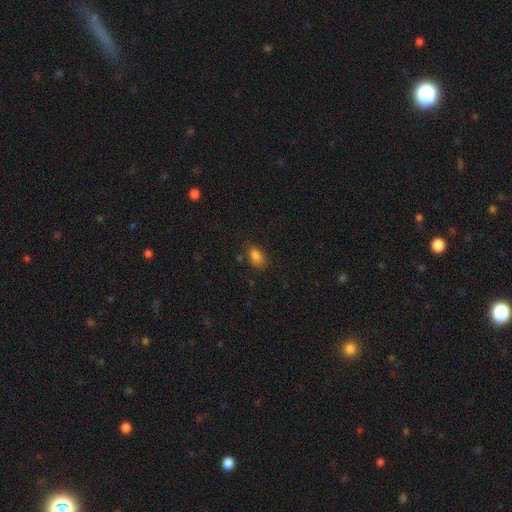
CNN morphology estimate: This appears to be a smooth galaxy with no disk features (83%) that is in between round and cigar-shaped (86%). Merging: none (73%).